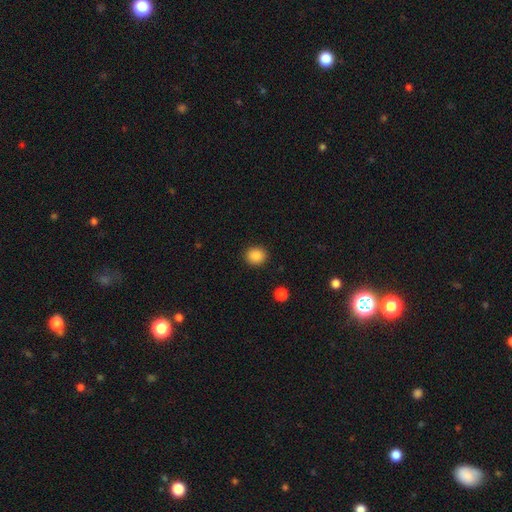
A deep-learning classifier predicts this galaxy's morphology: Smooth or featured?
  - smooth: 88% *
  - star or artifact: 10%
  - featured or disk: 3%
How rounded?
  - round: 80% *
  - in between: 20%
  - cigar-shaped: 1%
Merging?
  - none: 90% *
  - minor disturbance: 6%
  - major disturbance: 2%
  - merger: 1%